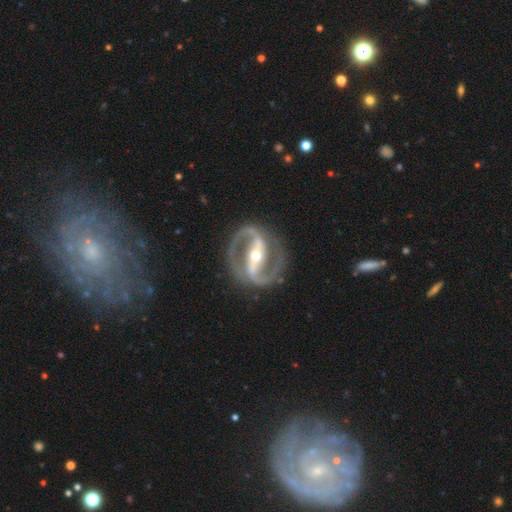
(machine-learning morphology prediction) A featured or disk galaxy (93%) with a strong bar (72%), 2 (94%) medium (60%) spiral arms (97%) and a moderate central bulge (59%).

Vote fractions:
- Smooth or featured? featured or disk: 93% / star or artifact: 4% / smooth: 3%
- Edge-on disk? no: 97% / yes: 3%
- Bar? strong: 72% / weak: 17% / no: 10%
- Spiral arms? yes: 97% / no: 3%
- Spiral winding? medium: 60% / tight: 27% / loose: 13%
- Spiral arm count? 2: 94% / can't tell: 2% / 1: 1% / 3: 1% / 4: 1% / more than 4: 1%
- Bulge size? moderate: 59% / small: 36% / large: 3% / dominant: 1% / none: 1%
- Merging? none: 86% / minor disturbance: 9% / major disturbance: 4% / merger: 1%